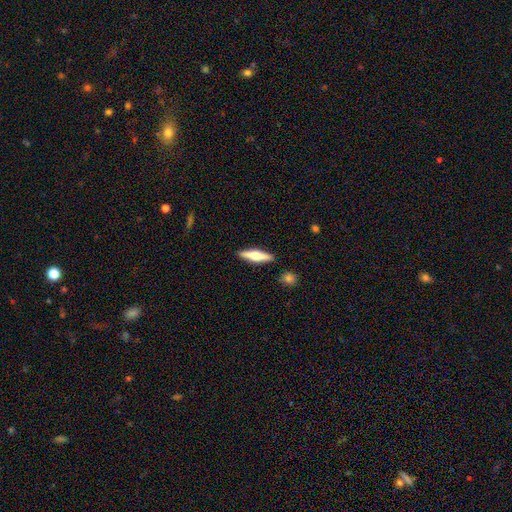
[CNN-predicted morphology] smooth_or_featured: featured or disk (p=0.50) [alt: smooth p=0.44]
disk_edge_on: yes (p=0.95) [alt: no p=0.05]
merging: none (p=0.90) [alt: minor disturbance p=0.07]